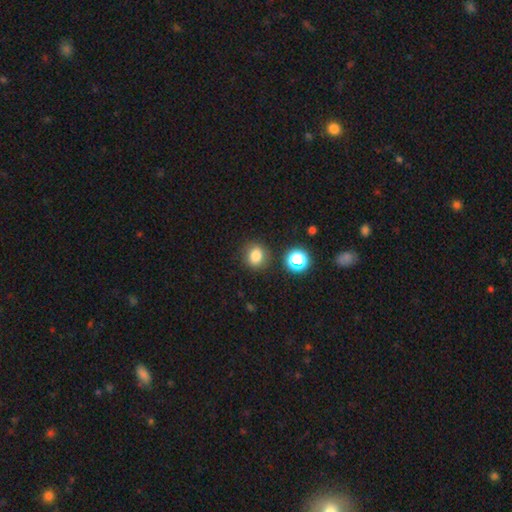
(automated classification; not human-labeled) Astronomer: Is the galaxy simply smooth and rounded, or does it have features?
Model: smooth — 79%.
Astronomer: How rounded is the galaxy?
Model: round — 69%.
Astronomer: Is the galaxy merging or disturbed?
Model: none — 83%.